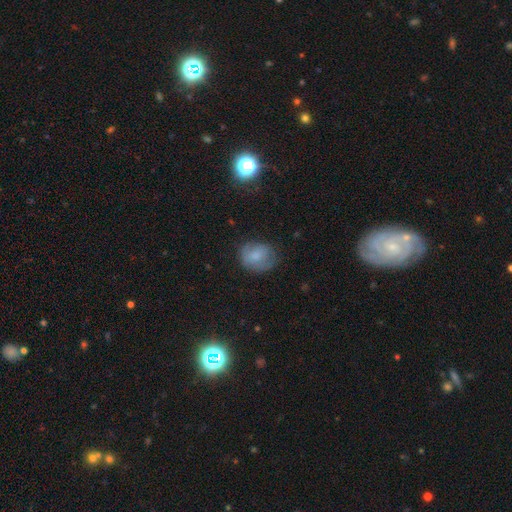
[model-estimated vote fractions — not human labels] A smooth galaxy with no disk features (69%) that is round (56%).

Vote fractions:
- Smooth or featured? smooth: 69% / featured or disk: 21% / star or artifact: 10%
- How rounded? round: 56% / in between: 43% / cigar-shaped: 1%
- Merging? none: 62% / minor disturbance: 26% / major disturbance: 10% / merger: 1%